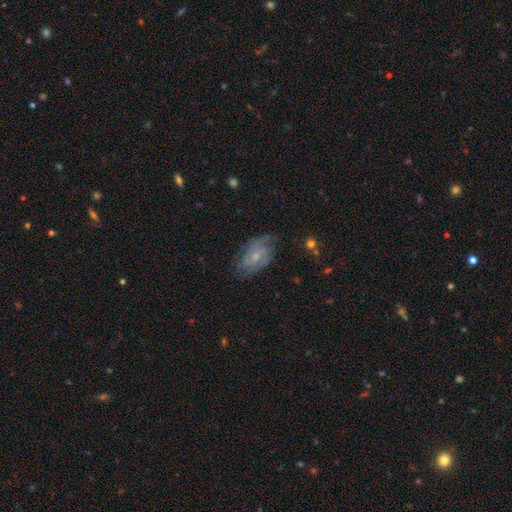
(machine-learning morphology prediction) smooth_or_featured: featured or disk (p=0.69) [alt: smooth p=0.23]
disk_edge_on: no (p=0.96) [alt: yes p=0.04]
bar: no (p=0.64) [alt: weak p=0.30]
has_spiral_arms: yes (p=0.89) [alt: no p=0.11]
spiral_winding: tight (p=0.44) [alt: medium p=0.41]
spiral_arm_count: 2 (p=0.46) [alt: can't tell p=0.29]
bulge_size: small (p=0.61) [alt: moderate p=0.32]
merging: none (p=0.67) [alt: minor disturbance p=0.23]